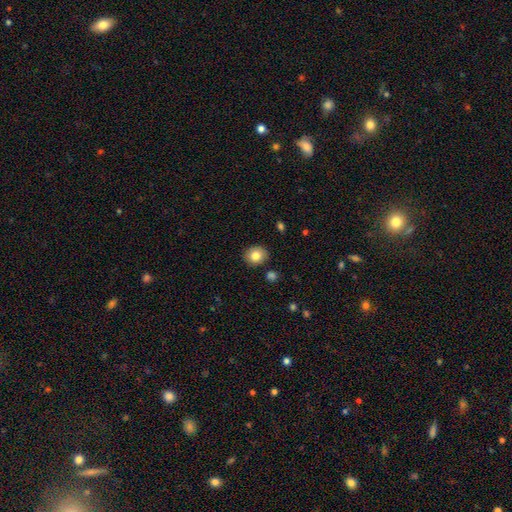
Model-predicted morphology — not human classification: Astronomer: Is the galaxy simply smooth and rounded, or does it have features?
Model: smooth — 81%.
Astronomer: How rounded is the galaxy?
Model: round — 71%.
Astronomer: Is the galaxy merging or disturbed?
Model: none — 87%.